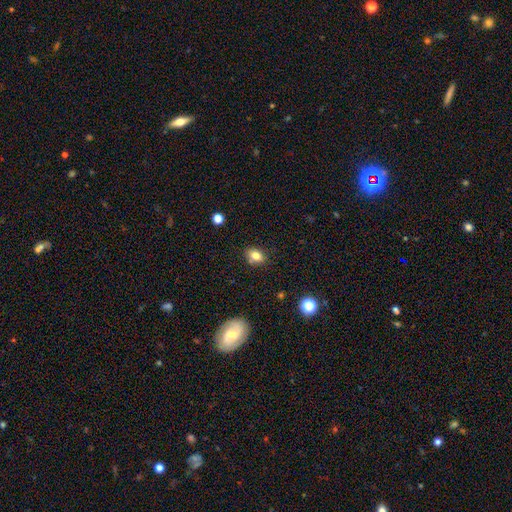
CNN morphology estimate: A smooth galaxy with no disk features (79%) that is in between round and cigar-shaped (70%).

Vote fractions:
- Smooth or featured? smooth: 79% / star or artifact: 11% / featured or disk: 10%
- How rounded? in between: 70% / round: 28% / cigar-shaped: 2%
- Merging? none: 81% / minor disturbance: 13% / merger: 3% / major disturbance: 3%